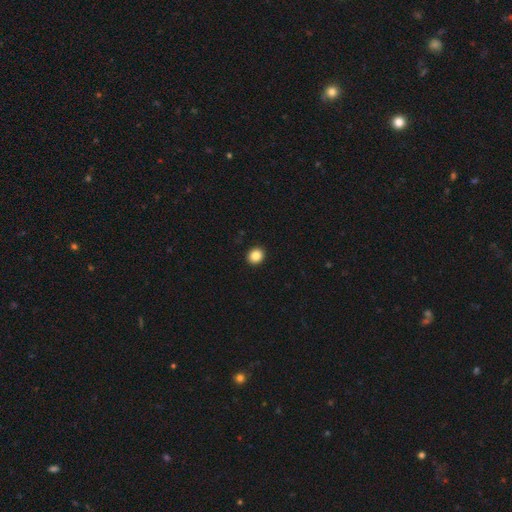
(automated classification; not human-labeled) smooth-or-featured: smooth: 86% | star or artifact: 10% | featured or disk: 5%
  how-rounded: round: 77% | in between: 22% | cigar-shaped: 1%
  merging: none: 93% | minor disturbance: 5% | major disturbance: 1% | merger: 1%